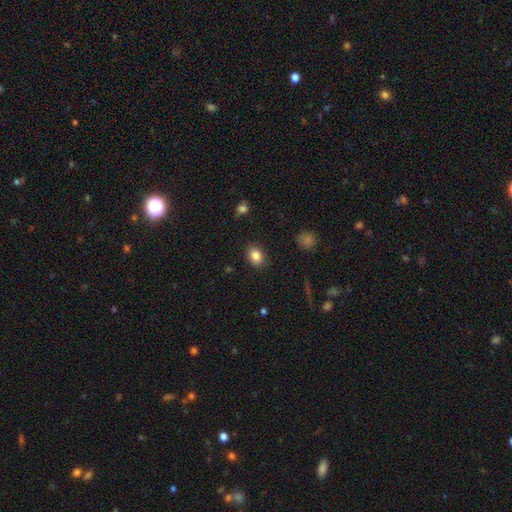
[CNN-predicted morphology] Overall: smooth (85%). How rounded: in between (63%; round 36%). Merging: none (87%).